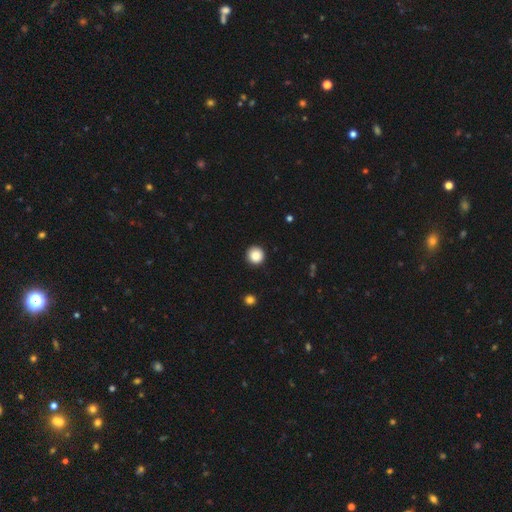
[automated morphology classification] This appears to be a smooth galaxy with no disk features (87%) that is round (96%). Merging: none (93%).